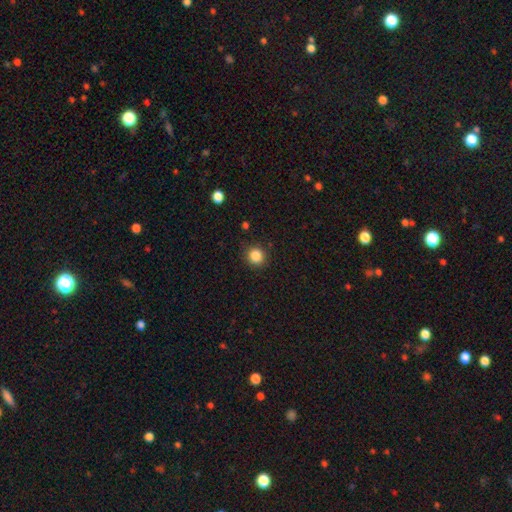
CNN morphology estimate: Smooth or featured? smooth (86%)
How rounded? round (90%)
Merging? none (88%)